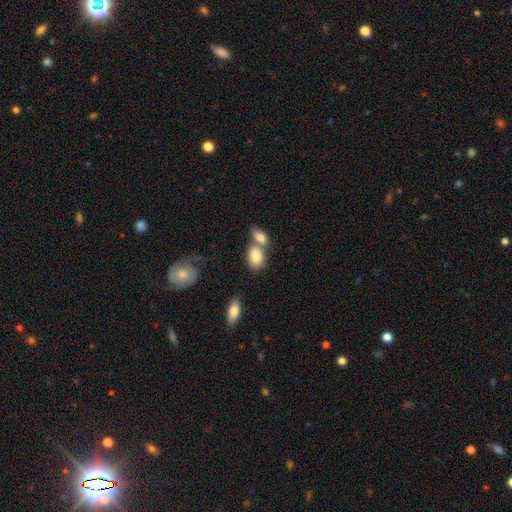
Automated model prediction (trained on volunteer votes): A smooth galaxy with no disk features (81%) that is in between round and cigar-shaped (83%).

Vote fractions:
- Smooth or featured? smooth: 81% / featured or disk: 12% / star or artifact: 7%
- How rounded? in between: 83% / round: 15% / cigar-shaped: 2%
- Merging? merger: 46% / none: 39% / minor disturbance: 10% / major disturbance: 4%